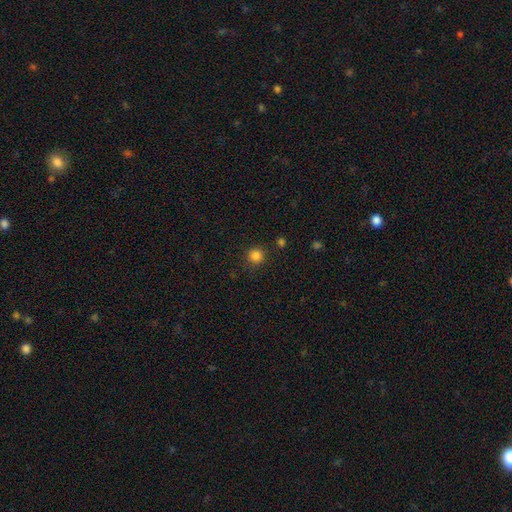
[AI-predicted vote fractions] The model was most divided on "smooth or featured": smooth: 84%, star or artifact: 13%, featured or disk: 3%. More confident: how rounded — round (94%); merging — none (87%).